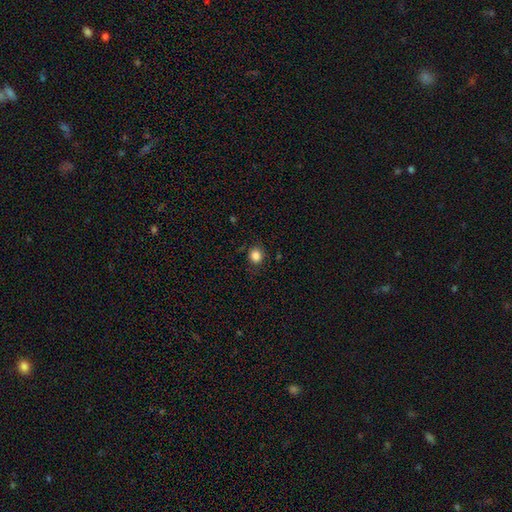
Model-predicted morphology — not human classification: Overall: smooth (84%). How rounded: round (82%). Merging: none (84%).